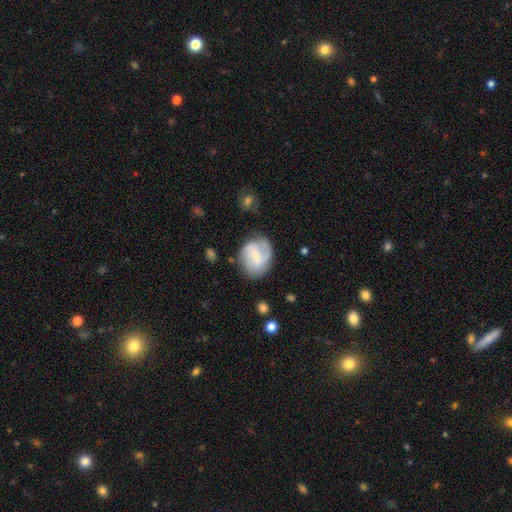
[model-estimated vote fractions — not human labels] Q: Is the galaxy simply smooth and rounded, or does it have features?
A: featured or disk — 67%.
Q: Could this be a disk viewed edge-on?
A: no — 97%.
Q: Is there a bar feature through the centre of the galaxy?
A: weak — 52%.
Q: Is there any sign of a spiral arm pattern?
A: yes — 87%.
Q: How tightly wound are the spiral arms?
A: medium — 45%.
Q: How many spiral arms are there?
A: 2 — 69%.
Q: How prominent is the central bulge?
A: small — 63%.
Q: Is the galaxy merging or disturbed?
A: none — 66%.